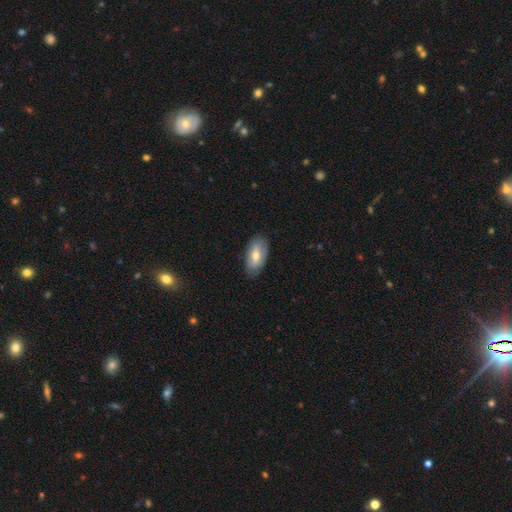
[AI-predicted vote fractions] Q: Smooth or featured?
A: smooth (64%); runner-up: featured or disk (30%)
Q: How rounded?
A: in between (92%); runner-up: cigar-shaped (4%)
Q: Merging?
A: none (81%); runner-up: minor disturbance (15%)